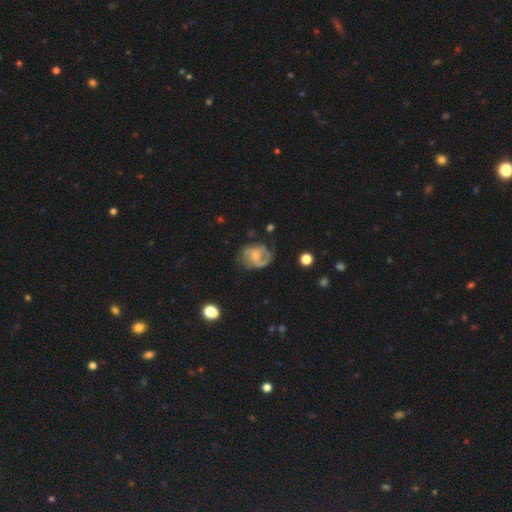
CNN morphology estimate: featured or disk 74%, smooth 19%, star or artifact 7%. Down the decision tree: edge-on disk — no (98%); bar — no (60%); spiral arms — yes (89%); spiral arm count — 2 (64%); spiral winding — medium (48%); bulge size — small (62%); merging — none (57%).